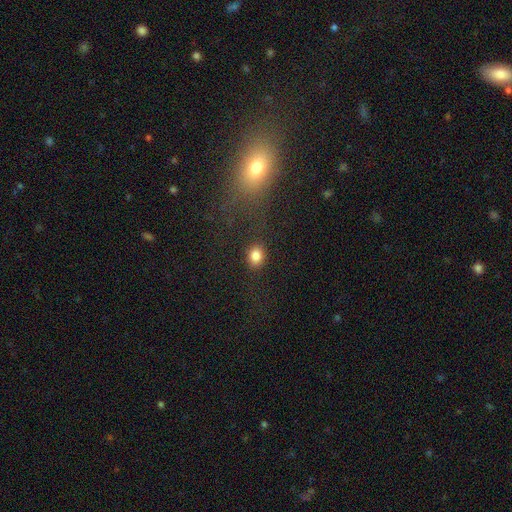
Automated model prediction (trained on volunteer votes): smooth_or_featured: smooth (p=0.83) [alt: star or artifact p=0.11]
how_rounded: round (p=0.49) [tied with: in between p=0.49]
merging: none (p=0.85) [alt: minor disturbance p=0.09]